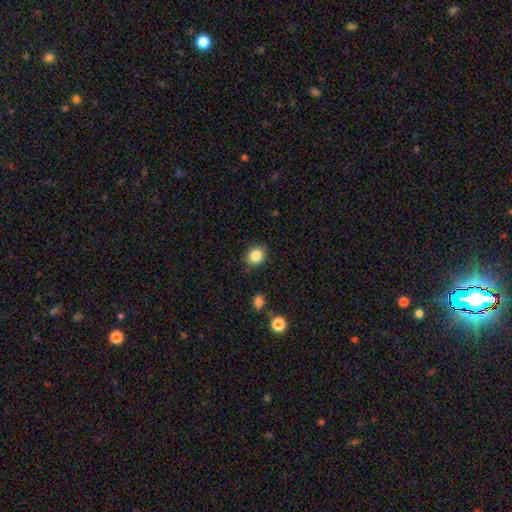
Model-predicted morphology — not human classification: Smooth or featured: smooth — 85% (star or artifact — 10%)
How rounded: round — 70% (in between — 29%)
Merging: none — 86% (minor disturbance — 10%)